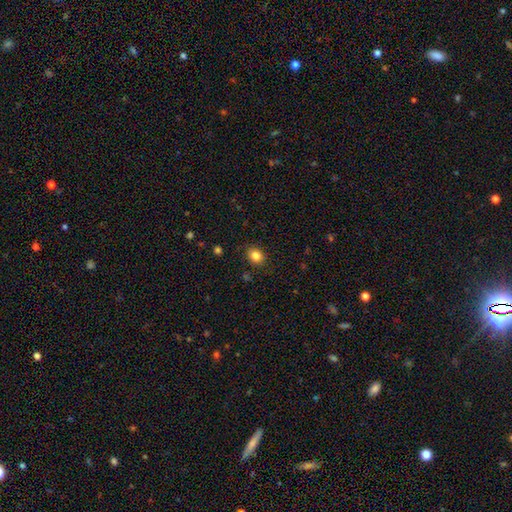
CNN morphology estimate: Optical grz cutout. It shows a smooth galaxy with no disk features (83%) that is round (61%). Merging: none (87%).